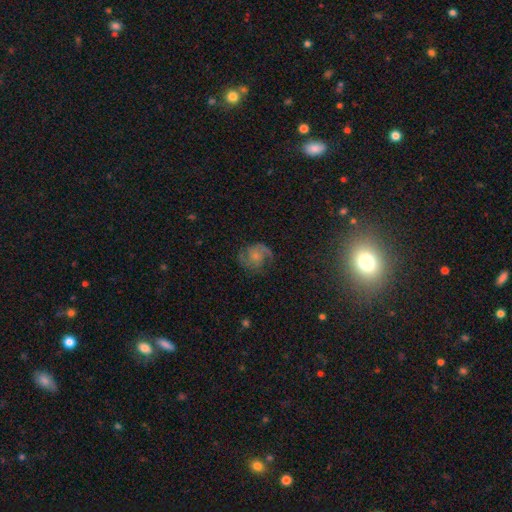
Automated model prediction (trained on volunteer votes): smooth-or-featured: featured or disk: 70% | smooth: 21% | star or artifact: 9%
  disk-edge-on: no: 98% | yes: 2%
    bar: no: 72% | weak: 24% | strong: 4%
    has-spiral-arms: yes: 92% | no: 8%
      spiral-winding: medium: 49% | tight: 30% | loose: 21%
      spiral-arm-count: 2: 63% | can't tell: 13% | 3: 12% | 1: 6% | 4: 3% | more than 4: 3%
    bulge-size: small: 58% | moderate: 26% | none: 12% | large: 3% | dominant: 1%
  merging: none: 67% | minor disturbance: 19% | major disturbance: 12% | merger: 1%